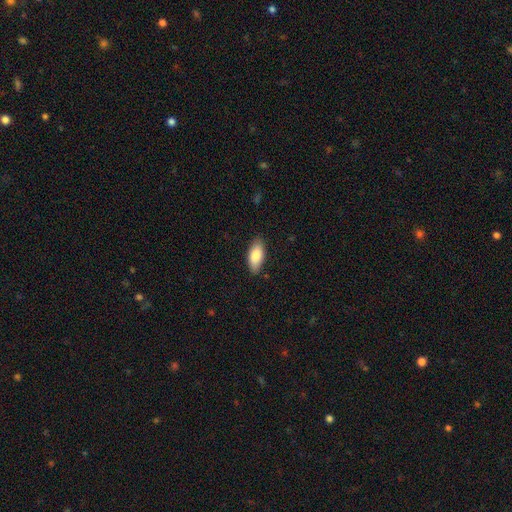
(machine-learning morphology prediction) Q: Smooth or featured?
A: smooth (86%); runner-up: featured or disk (9%)
Q: How rounded?
A: in between (87%); runner-up: cigar-shaped (11%)
Q: Merging?
A: none (85%); runner-up: minor disturbance (12%)